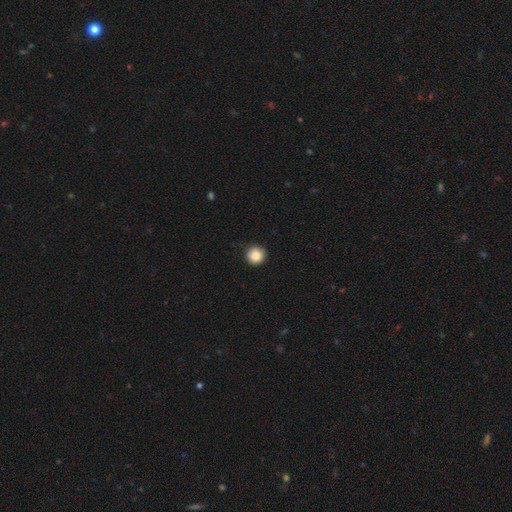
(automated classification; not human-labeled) A smooth galaxy with no disk features (85%) that is round (96%).

Vote fractions:
- Smooth or featured? smooth: 85% / star or artifact: 9% / featured or disk: 6%
- How rounded? round: 96% / in between: 3% / cigar-shaped: 1%
- Merging? none: 91% / minor disturbance: 7% / major disturbance: 2% / merger: 1%